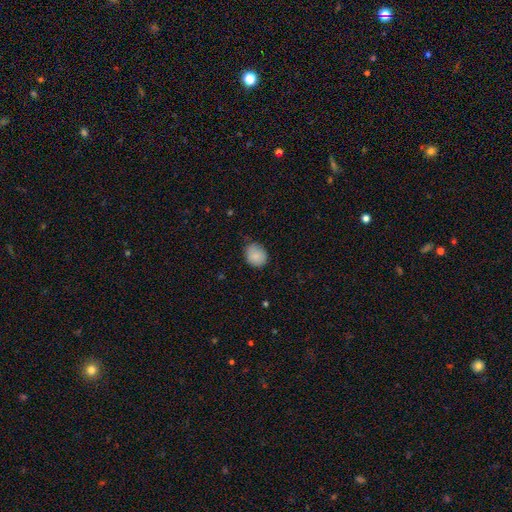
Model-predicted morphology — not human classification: This appears to be a smooth galaxy with no disk features (86%) that is round (59%). Merging: none (71%).